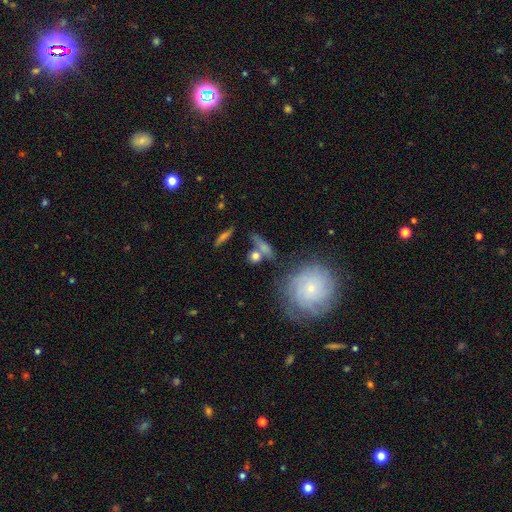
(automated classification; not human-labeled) Q: Smooth or featured?
A: smooth (59%); runner-up: featured or disk (28%)
Q: How rounded?
A: round (50%); runner-up: in between (32%)
Q: Merging?
A: none (56%); runner-up: merger (23%)